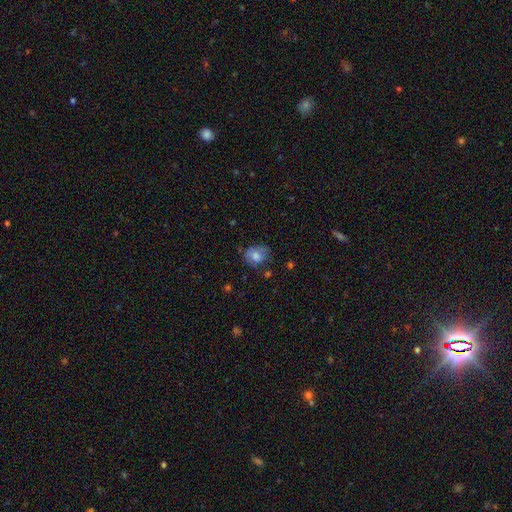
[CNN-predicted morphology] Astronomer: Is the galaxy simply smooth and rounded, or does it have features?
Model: smooth — 68%.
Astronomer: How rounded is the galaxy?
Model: round — 54% (runner-up: in between, 45%).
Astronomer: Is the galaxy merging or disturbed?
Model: none — 55%.